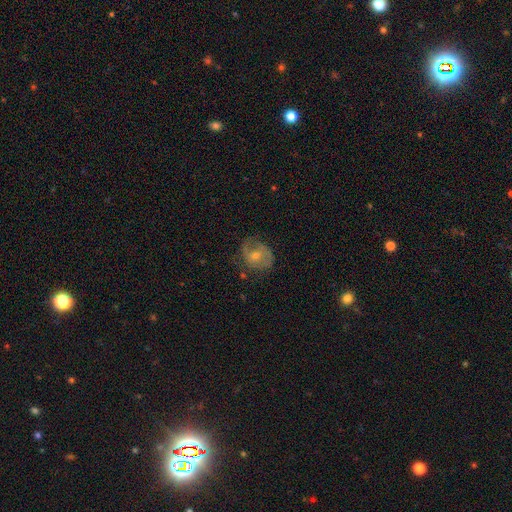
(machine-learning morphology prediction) smooth-or-featured: featured or disk: 66% | smooth: 24% | star or artifact: 10%
  disk-edge-on: no: 97% | yes: 3%
    bar: no: 62% | weak: 31% | strong: 7%
    has-spiral-arms: yes: 80% | no: 20%
      spiral-winding: medium: 43% | tight: 39% | loose: 18%
      spiral-arm-count: 2: 55% | can't tell: 25% | 1: 9% | 3: 6% | 4: 2% | more than 4: 2%
    bulge-size: moderate: 52% | small: 43% | large: 2% | none: 2% | dominant: 1%
  merging: none: 67% | minor disturbance: 21% | major disturbance: 10% | merger: 2%